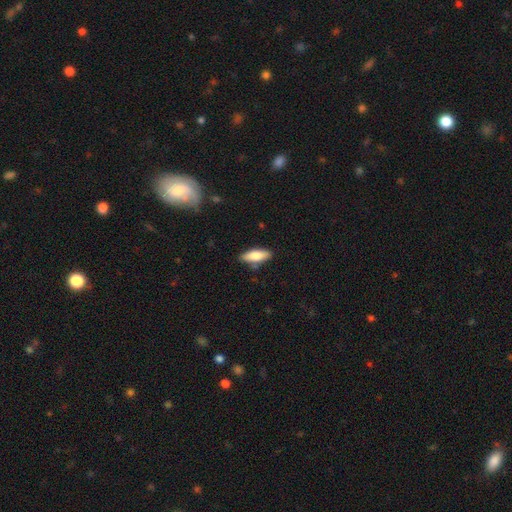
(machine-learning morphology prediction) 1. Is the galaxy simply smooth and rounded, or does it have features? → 78% smooth, 16% featured or disk, 6% star or artifact.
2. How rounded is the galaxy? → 67% in between, 31% cigar-shaped, 2% round.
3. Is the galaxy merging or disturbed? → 82% none, 13% minor disturbance, 2% major disturbance, 2% merger.